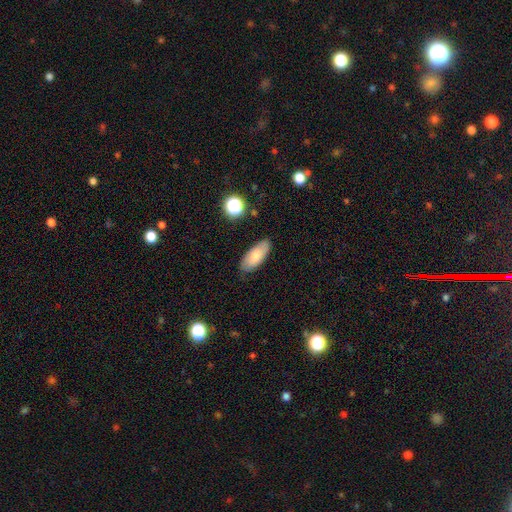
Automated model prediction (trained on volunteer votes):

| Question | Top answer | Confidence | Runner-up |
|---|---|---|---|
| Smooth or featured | smooth | 75% | featured or disk (18%) |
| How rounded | in between | 84% | cigar-shaped (13%) |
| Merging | none | 80% | minor disturbance (15%) |